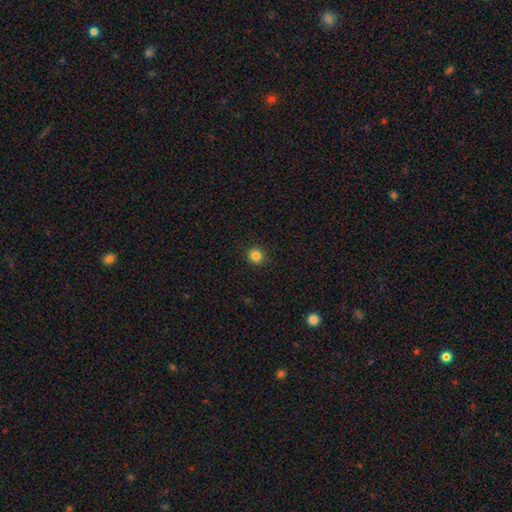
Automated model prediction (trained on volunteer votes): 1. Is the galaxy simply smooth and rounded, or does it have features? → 84% smooth, 12% star or artifact, 5% featured or disk.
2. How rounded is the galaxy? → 89% round, 10% in between, 1% cigar-shaped.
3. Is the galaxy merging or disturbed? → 92% none, 6% minor disturbance, 2% major disturbance, 1% merger.